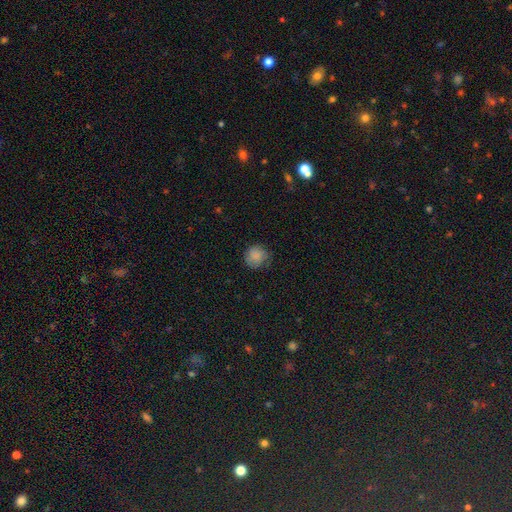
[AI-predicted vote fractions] The model was most divided on "merging": none: 74%, minor disturbance: 20%, major disturbance: 5%, merger: 1%. More confident: how rounded — round (88%); smooth or featured — smooth (83%).